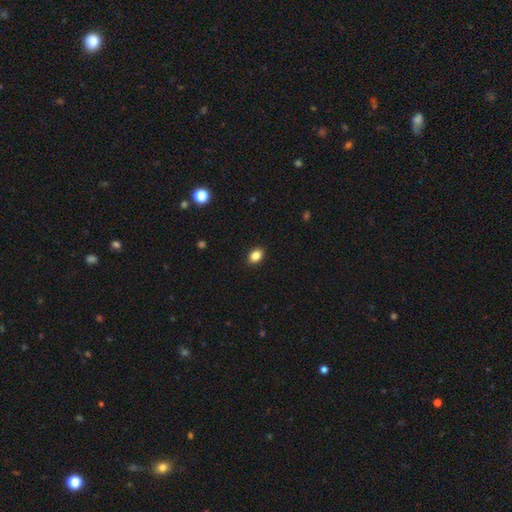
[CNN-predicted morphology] Smooth or featured: smooth — 86% (star or artifact — 9%)
How rounded: in between — 78% (round — 21%)
Merging: none — 90% (minor disturbance — 7%)